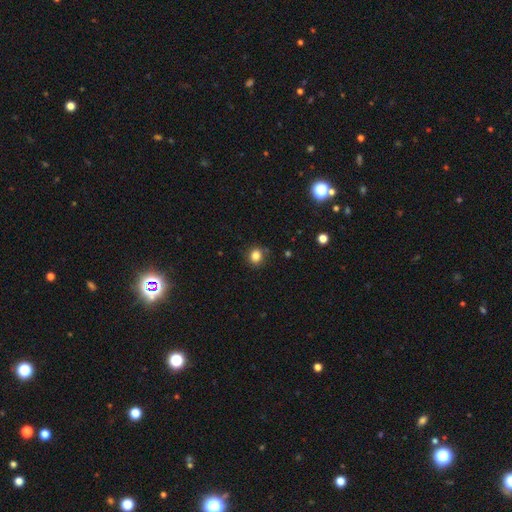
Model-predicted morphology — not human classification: A smooth galaxy with no disk features (83%) that is round (77%). Merging: none (85%).